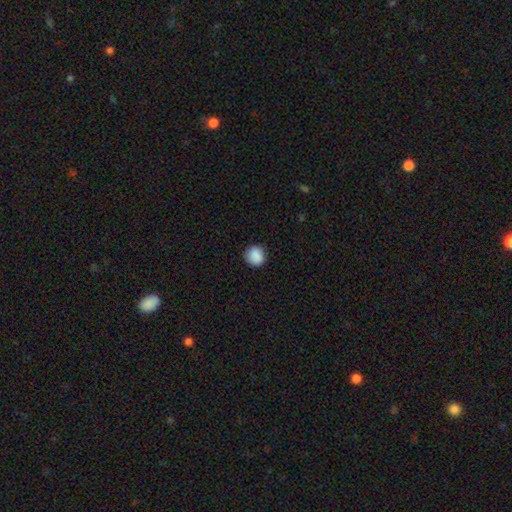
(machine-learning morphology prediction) smooth_or_featured: smooth (p=0.89) [alt: star or artifact p=0.08]
how_rounded: round (p=0.87) [alt: in between p=0.12]
merging: none (p=0.86) [alt: minor disturbance p=0.10]